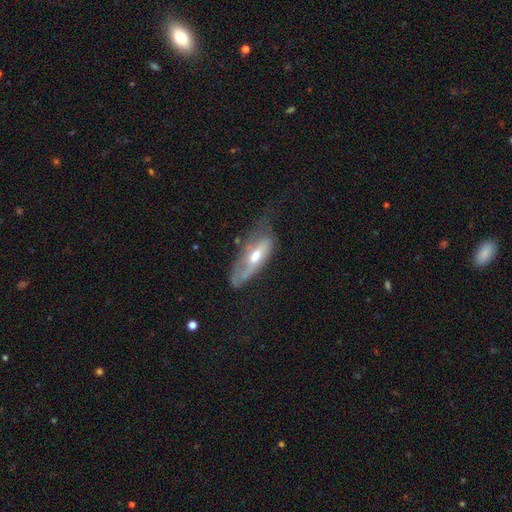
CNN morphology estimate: The model was most divided on "merging": minor disturbance: 33%, major disturbance: 32%, none: 31%, merger: 4%. Remaining: smooth or featured — featured or disk (48%).